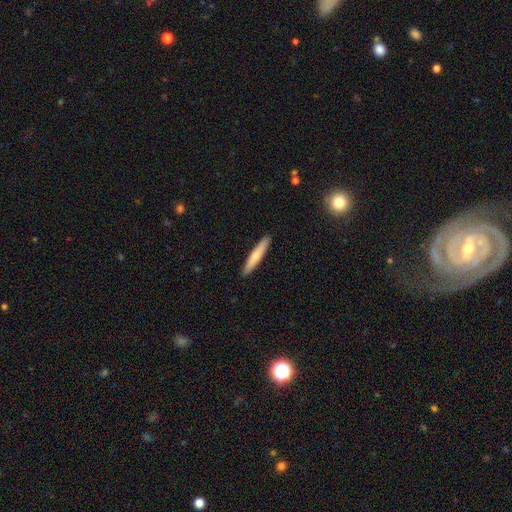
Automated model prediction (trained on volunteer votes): Morphology: type=smooth (72%); roundness=cigar-shaped (93%); merging=none (92%).